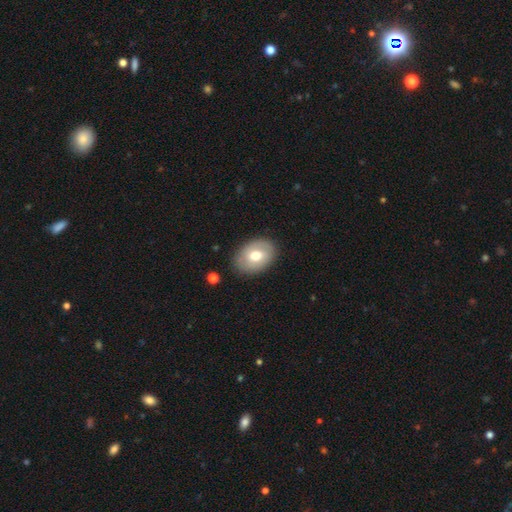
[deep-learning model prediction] Smooth or featured? Predicted: smooth (p=0.65). How rounded? Predicted: in between (p=0.76). Merging? Predicted: none (p=0.84).